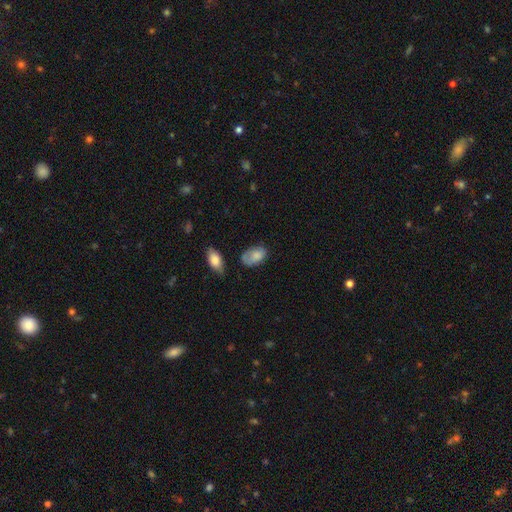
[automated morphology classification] This appears to be a smooth galaxy with no disk features (79%) that is in between round and cigar-shaped (90%). Merging: none (50%).